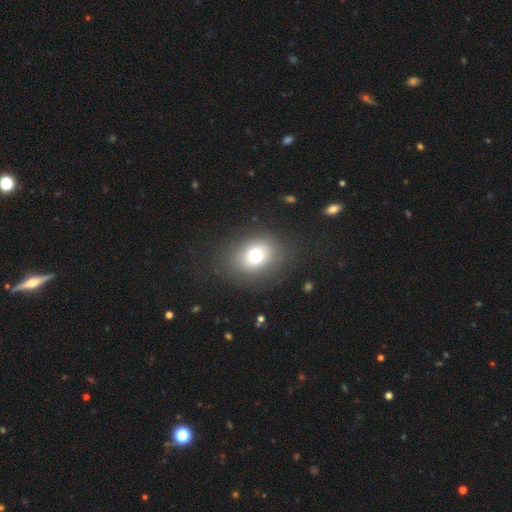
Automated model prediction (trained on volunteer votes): This appears to be a smooth galaxy with no disk features (71%) that is in between round and cigar-shaped (52%). Merging: none (80%).